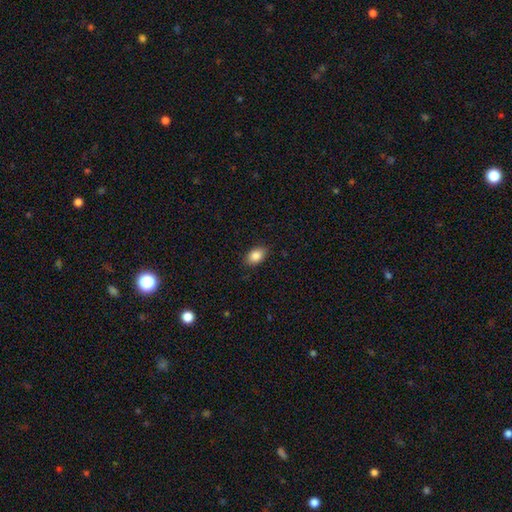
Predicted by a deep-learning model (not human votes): smooth_or_featured: smooth (p=0.86) [alt: star or artifact p=0.08]
how_rounded: in between (p=0.83) [alt: round p=0.16]
merging: none (p=0.85) [alt: minor disturbance p=0.11]